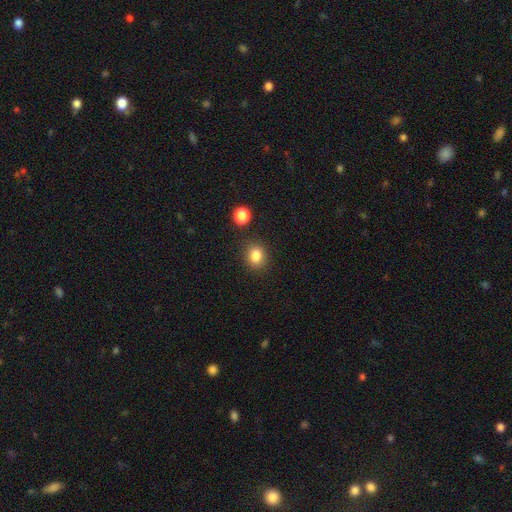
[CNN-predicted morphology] smooth 83%, star or artifact 11%, featured or disk 5%. Down the decision tree: how rounded — round (63%); merging — none (84%).